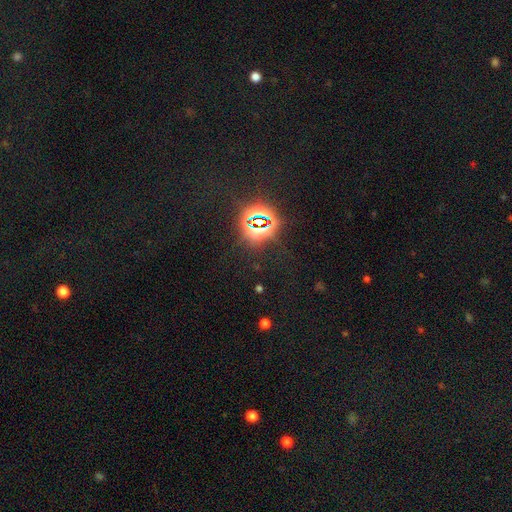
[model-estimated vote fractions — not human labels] Smooth or featured? Predicted: star or artifact (p=0.79).